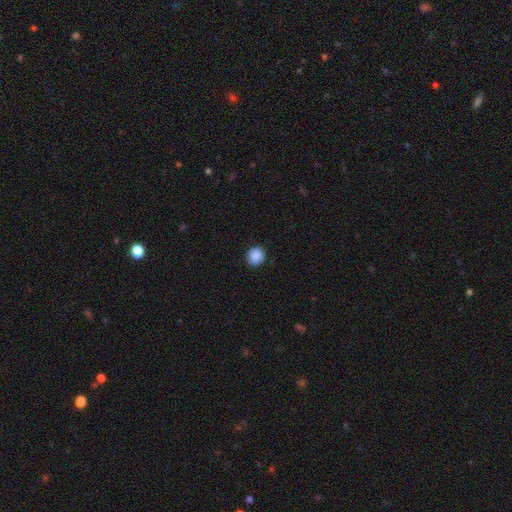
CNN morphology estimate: A smooth galaxy with no disk features (89%) that is round (86%). Merging: none (91%).